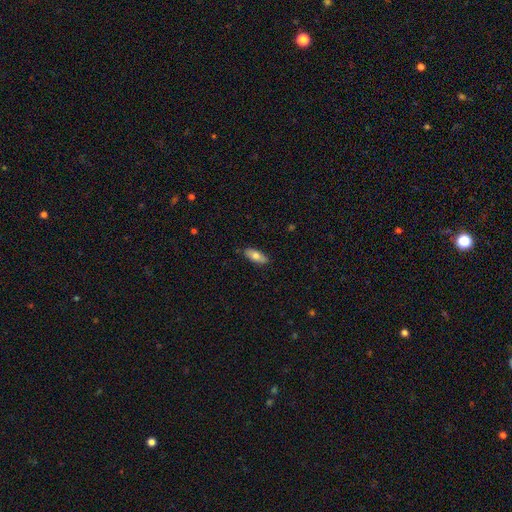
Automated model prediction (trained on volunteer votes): smooth-or-featured: smooth: 72% | featured or disk: 22% | star or artifact: 6%
  how-rounded: in between: 75% | cigar-shaped: 22% | round: 2%
  merging: none: 85% | minor disturbance: 12% | major disturbance: 2% | merger: 1%